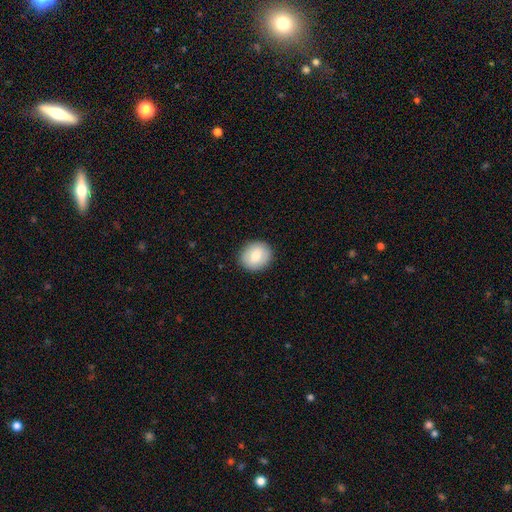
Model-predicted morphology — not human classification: Overall: smooth (75%). How rounded: round (76%). Merging: none (89%).